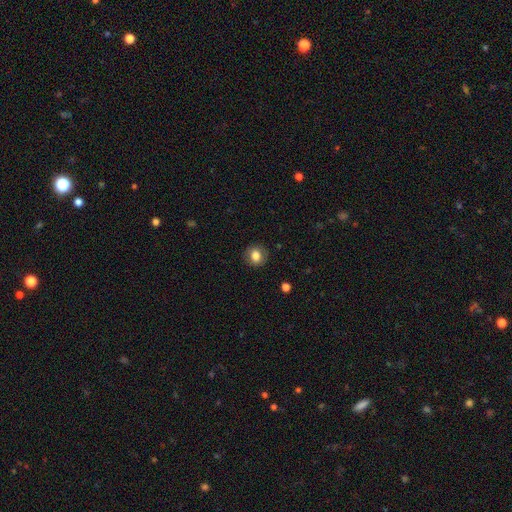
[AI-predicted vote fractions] Smooth or featured: smooth — 78% (featured or disk — 13%)
How rounded: round — 77% (in between — 22%)
Merging: none — 85% (minor disturbance — 11%)